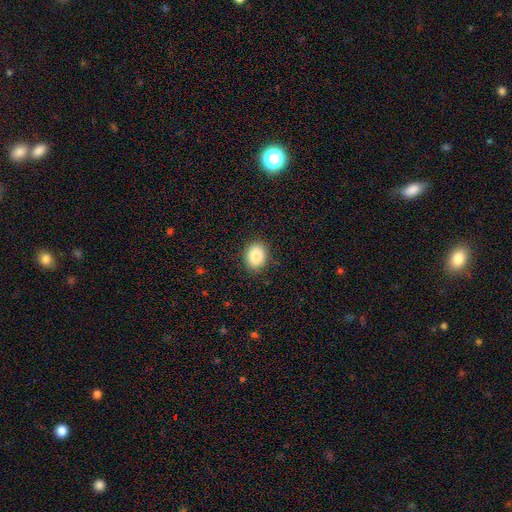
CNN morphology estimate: This is clearly a smooth galaxy (87%). How rounded: possibly in between (52%). Merging: clearly none (89%).